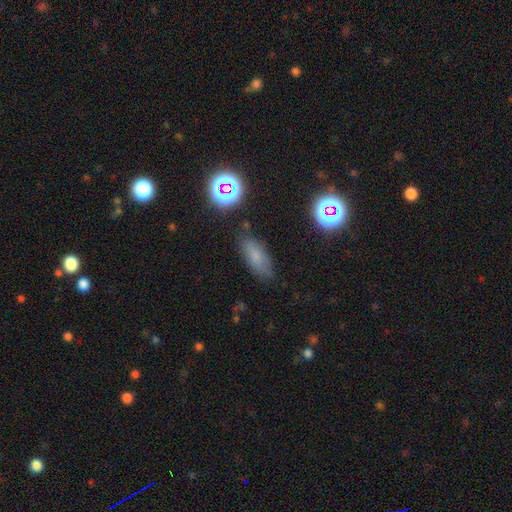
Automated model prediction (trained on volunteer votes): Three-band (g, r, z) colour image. It shows a smooth galaxy with no disk features (73%) that is in between round and cigar-shaped (75%). Merging: none (80%).